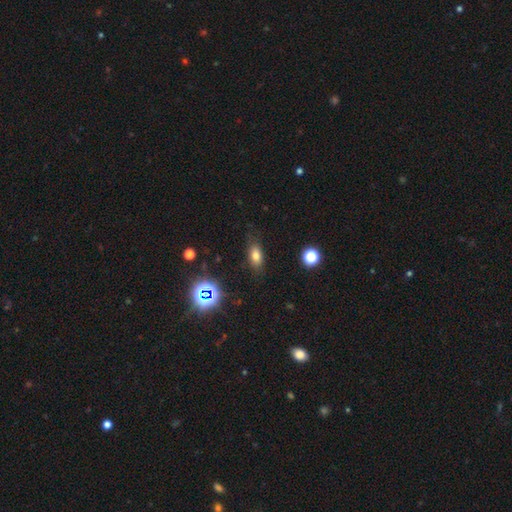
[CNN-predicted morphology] Smooth or featured: smooth — 74% (star or artifact — 16%)
How rounded: in between — 82% (round — 10%)
Merging: none — 83% (minor disturbance — 12%)